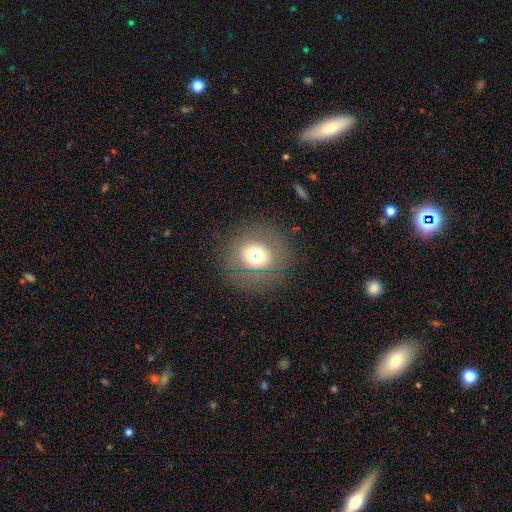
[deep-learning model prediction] This appears to be a smooth galaxy with no disk features (62%) that is round (84%). Merging: none (82%).